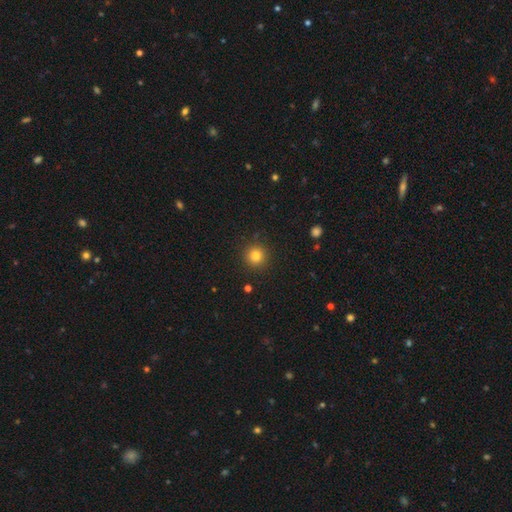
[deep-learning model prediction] smooth-or-featured: smooth: 81% | star or artifact: 13% | featured or disk: 6%
  how-rounded: round: 94% | in between: 5% | cigar-shaped: 1%
  merging: none: 91% | minor disturbance: 6% | major disturbance: 2% | merger: 1%